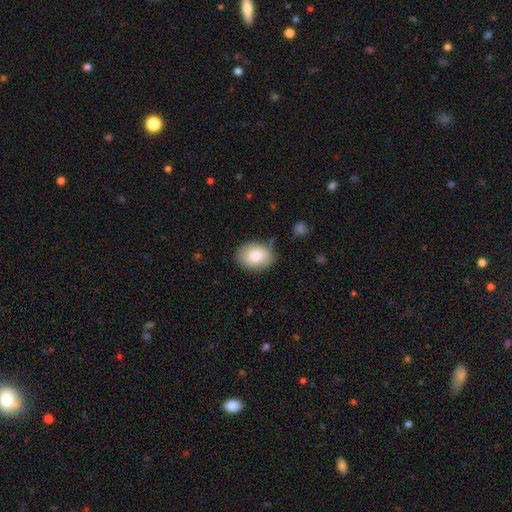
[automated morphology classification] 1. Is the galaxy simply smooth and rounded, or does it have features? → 77% smooth, 16% featured or disk, 7% star or artifact.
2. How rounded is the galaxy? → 76% in between, 23% round, 1% cigar-shaped.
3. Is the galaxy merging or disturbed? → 77% none, 17% minor disturbance, 4% major disturbance, 2% merger.